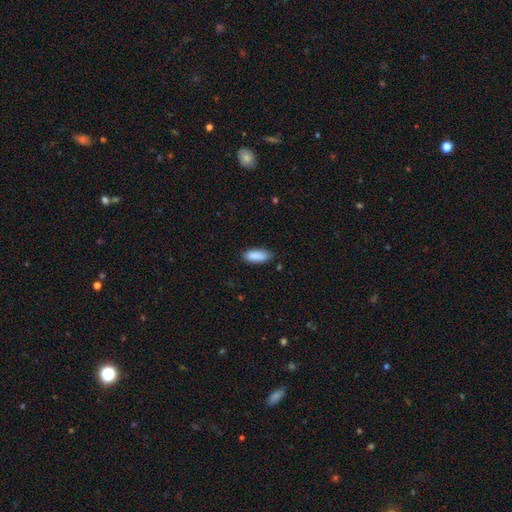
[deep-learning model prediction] The model was most divided on "how rounded": in between: 77%, cigar-shaped: 22%, round: 2%. More confident: smooth or featured — smooth (89%); merging — none (79%).